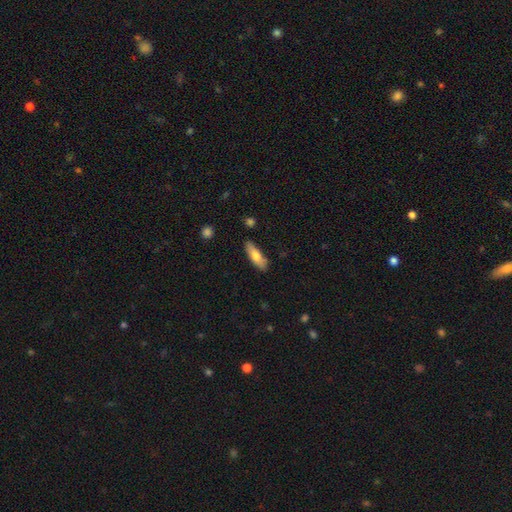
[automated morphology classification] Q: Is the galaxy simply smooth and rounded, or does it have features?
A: smooth — 72%.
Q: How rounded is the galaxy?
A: in between — 54%.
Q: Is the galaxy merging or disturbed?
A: none — 82%.